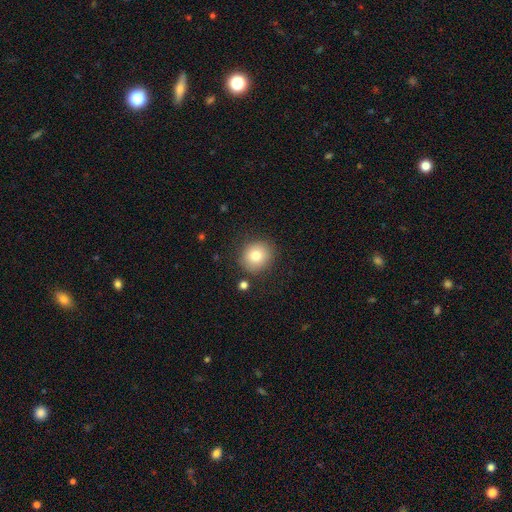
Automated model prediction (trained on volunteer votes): Smooth or featured? smooth (80%)
How rounded? round (83%)
Merging? none (85%)